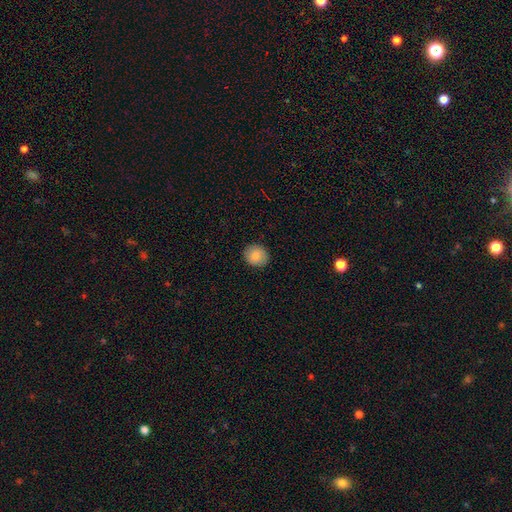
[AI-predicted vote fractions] This is clearly a smooth galaxy (84%). How rounded: clearly round (83%). Merging: clearly none (90%).